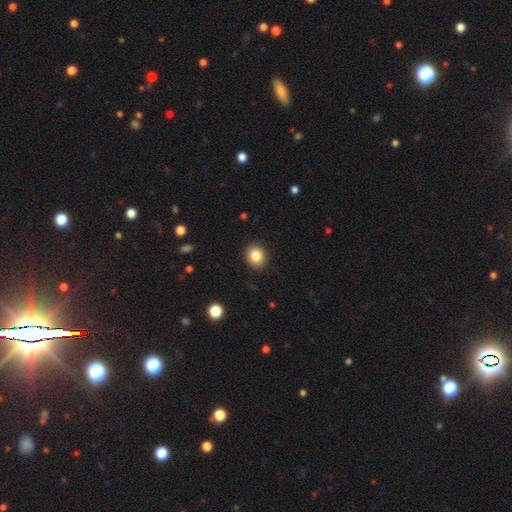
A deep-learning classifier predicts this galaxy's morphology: This appears to be a smooth galaxy with no disk features (84%) that is round (72%). Merging: none (91%).